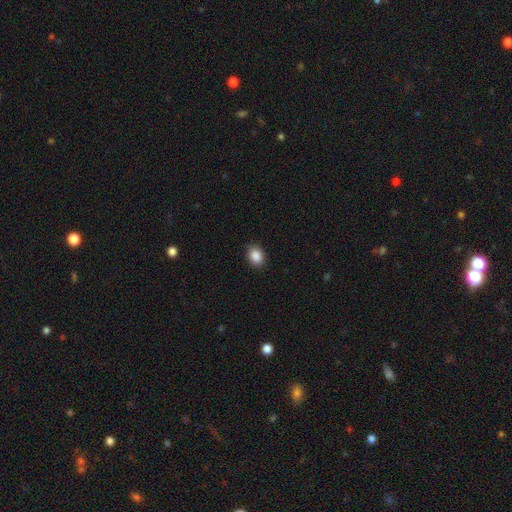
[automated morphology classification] Smooth or featured? Predicted: smooth (p=0.88). How rounded? Predicted: in between (p=0.59). Merging? Predicted: none (p=0.87).